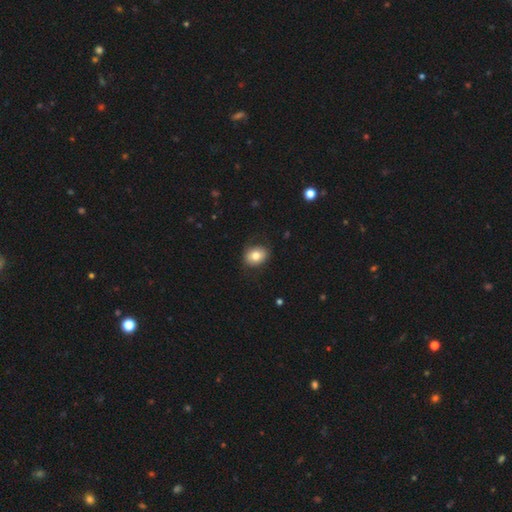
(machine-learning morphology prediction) This appears to be a smooth galaxy with no disk features (79%) that is in between round and cigar-shaped (55%). Merging: none (80%).